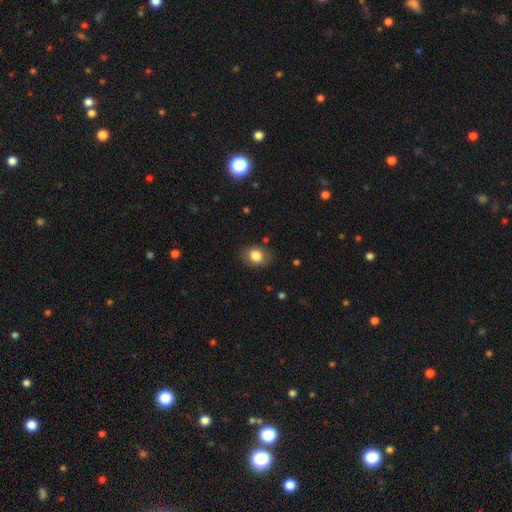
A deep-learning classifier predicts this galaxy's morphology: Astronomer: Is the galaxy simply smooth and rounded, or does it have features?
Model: smooth — 82%.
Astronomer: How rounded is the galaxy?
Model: in between — 63%.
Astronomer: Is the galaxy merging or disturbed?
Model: none — 81%.